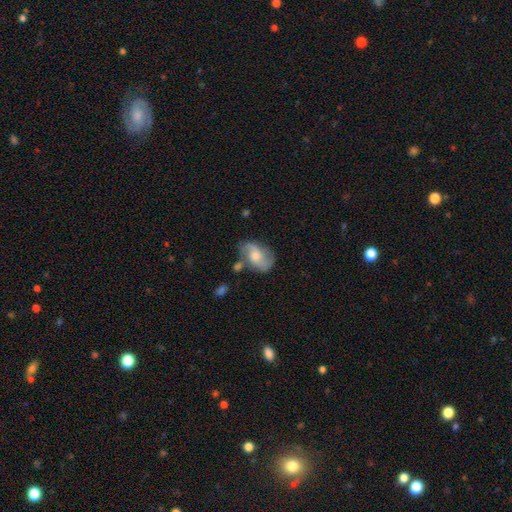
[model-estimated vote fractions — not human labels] This appears to be a featured or disk galaxy (57%) with no bar (59%), spiral arms (84%) and a moderate central bulge (55%). Merging: none (57%).